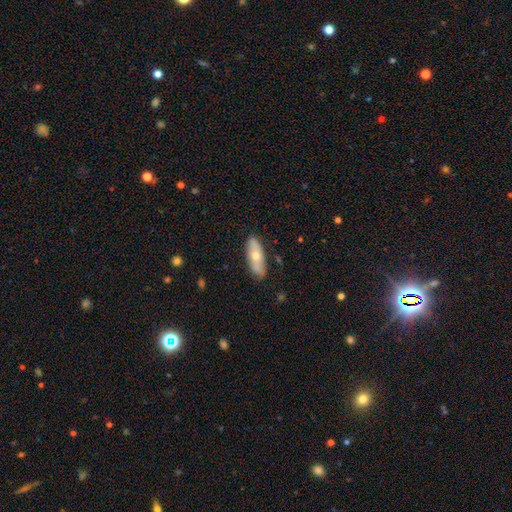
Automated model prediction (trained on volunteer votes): smooth-or-featured: smooth: 55% | featured or disk: 39% | star or artifact: 6%
  how-rounded: in between: 69% | cigar-shaped: 28% | round: 3%
  merging: none: 86% | minor disturbance: 11% | major disturbance: 2% | merger: 1%